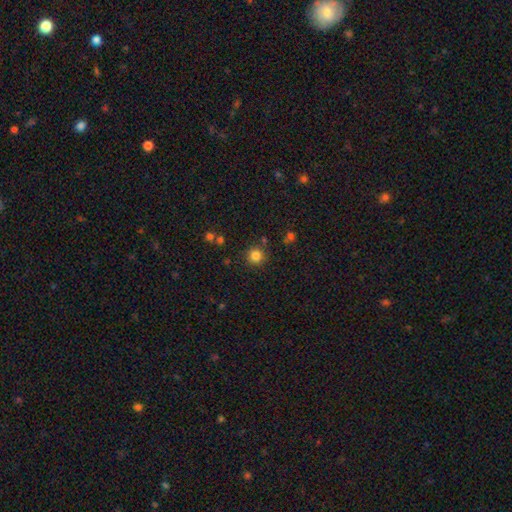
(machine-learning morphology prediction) This appears to be a smooth galaxy with no disk features (82%) that is round (94%). Merging: none (87%).